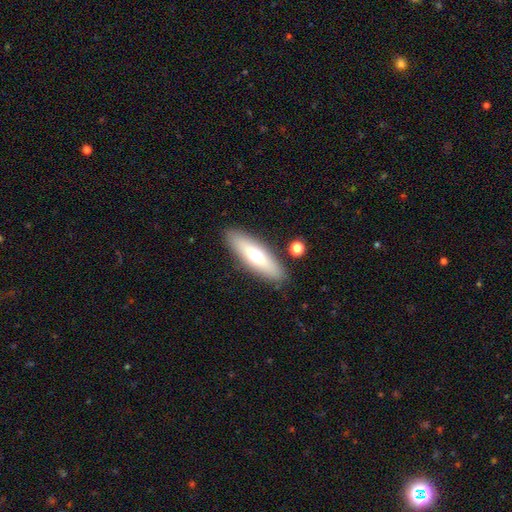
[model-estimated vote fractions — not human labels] This appears to be a smooth galaxy with no disk features (63%) that is cigar-shaped (57%). Merging: none (86%).